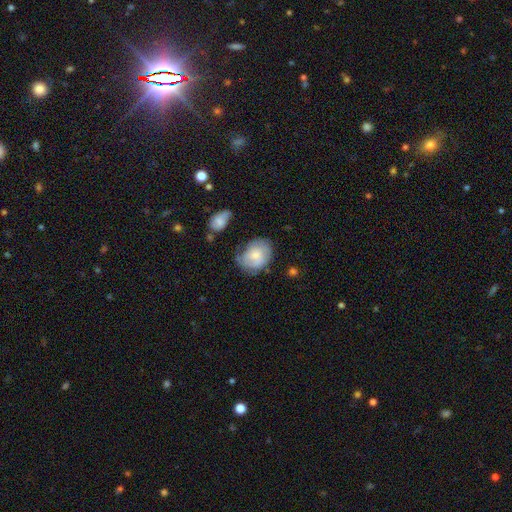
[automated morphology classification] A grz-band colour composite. It shows a smooth galaxy with no disk features (56%) that is in between round and cigar-shaped (59%). Merging: none (56%).